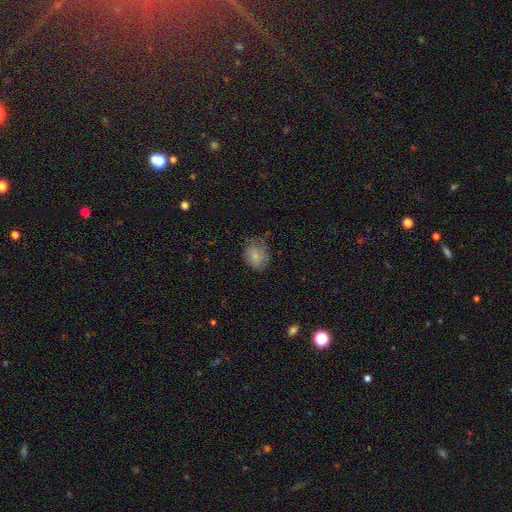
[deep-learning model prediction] Smooth or featured: smooth — 72% (featured or disk — 18%)
How rounded: round — 55% (in between — 44%)
Merging: none — 58% (minor disturbance — 29%)